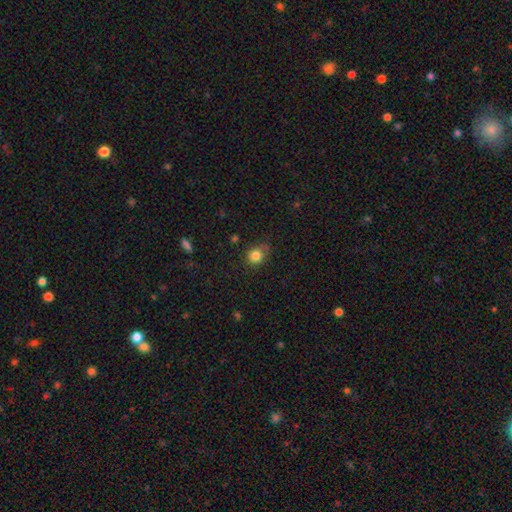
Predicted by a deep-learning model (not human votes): smooth-or-featured: smooth: 83% | star or artifact: 11% | featured or disk: 6%
  how-rounded: round: 74% | in between: 25% | cigar-shaped: 1%
  merging: none: 71% | minor disturbance: 22% | major disturbance: 5% | merger: 2%